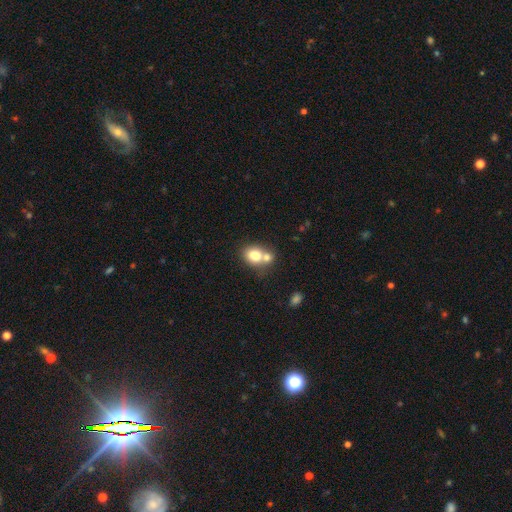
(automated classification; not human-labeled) Smooth or featured?
  - smooth: 75% *
  - featured or disk: 15%
  - star or artifact: 10%
How rounded?
  - round: 51% *
  - in between: 48%
  - cigar-shaped: 1%
Merging?
  - merger: 55% *
  - none: 34%
  - minor disturbance: 8%
  - major disturbance: 3%